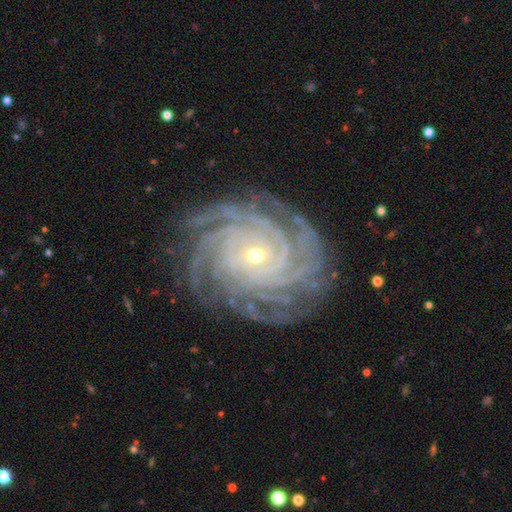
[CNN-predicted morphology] The model was most divided on "spiral arm count": more than 4: 44%, 4: 24%, can't tell: 11%, 3: 8%, 2: 7%, 1: 7%. More confident: spiral arms — yes (99%); edge-on disk — no (98%); smooth or featured — featured or disk (93%); spiral winding — tight (84%); merging — none (81%); bulge size — small (72%); bar — no (65%).